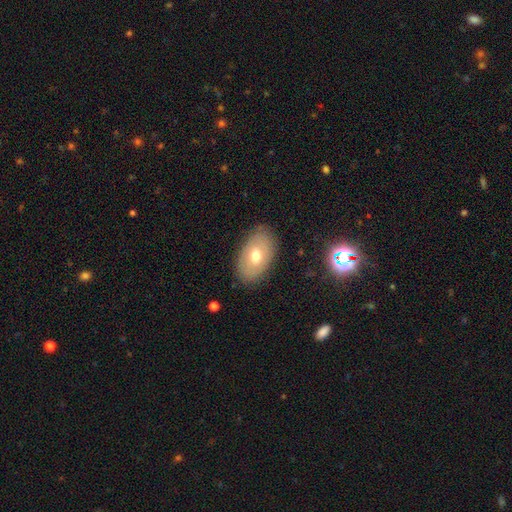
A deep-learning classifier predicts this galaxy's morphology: Smooth or featured?
  - smooth: 64% *
  - featured or disk: 29%
  - star or artifact: 7%
How rounded?
  - in between: 92% *
  - round: 7%
  - cigar-shaped: 1%
Merging?
  - none: 84% *
  - minor disturbance: 12%
  - major disturbance: 3%
  - merger: 1%